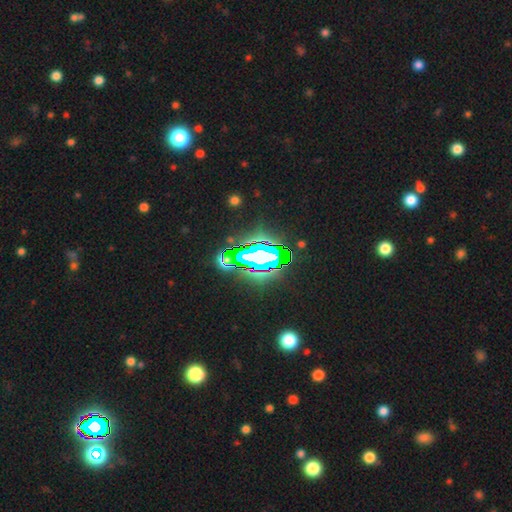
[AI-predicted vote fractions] The model was most divided on "smooth or featured": star or artifact: 81%, smooth: 11%, featured or disk: 9%.